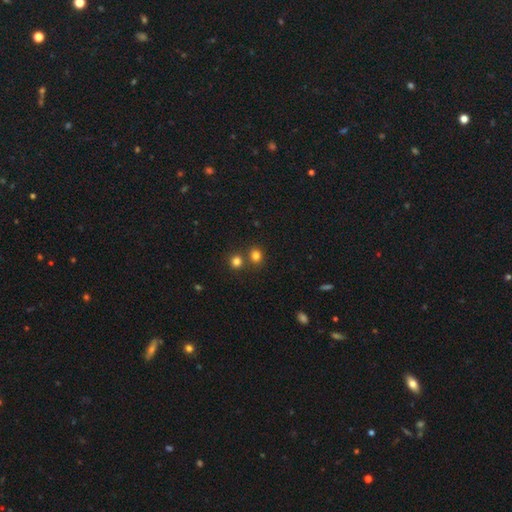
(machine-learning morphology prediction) Smooth or featured? Predicted: smooth (p=0.79). How rounded? Predicted: round (p=0.72). Merging? Predicted: none (p=0.65).